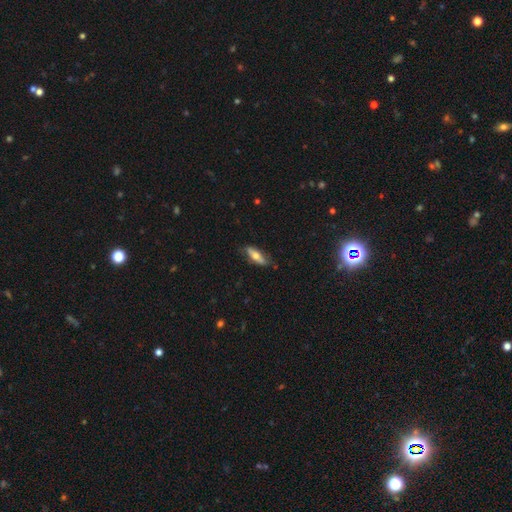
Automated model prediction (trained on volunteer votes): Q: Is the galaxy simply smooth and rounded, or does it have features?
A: smooth — 55%.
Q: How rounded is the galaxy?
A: in between — 58%.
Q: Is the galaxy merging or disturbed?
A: none — 74%.